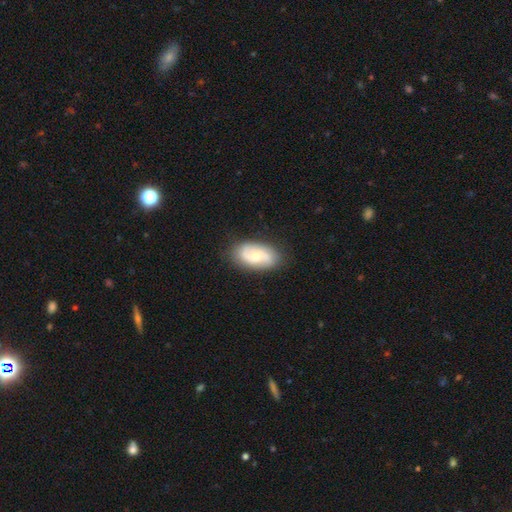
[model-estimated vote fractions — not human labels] This appears to be a featured or disk galaxy (67%) with no bar (59%), 2 (86%) medium (44%) spiral arms (93%) and a moderate central bulge (50%). Merging: none (83%).